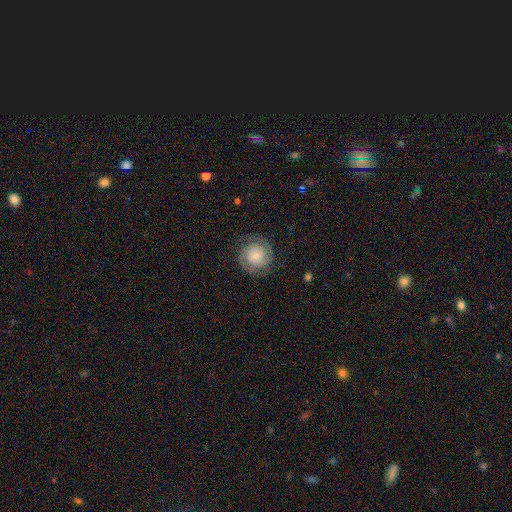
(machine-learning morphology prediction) This is likely a featured or disk galaxy (65%). It is clearly not viewed edge-on (98%). Bar: likely no (70%). Spiral arm pattern: clearly yes (93%). Spiral arm count: likely 2 (76%). Spiral winding: possibly tight (56%). Central bulge: possibly small (59%). Merging: likely none (78%).